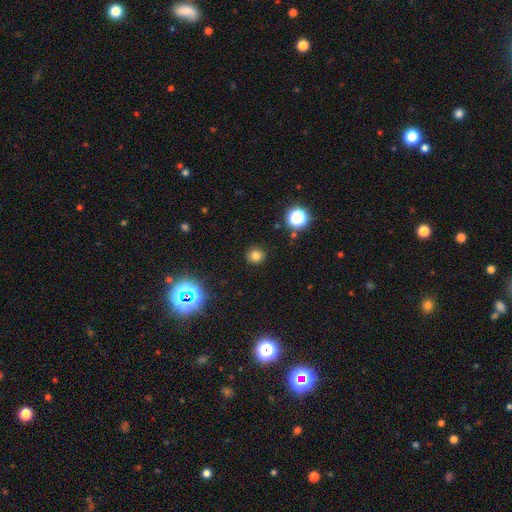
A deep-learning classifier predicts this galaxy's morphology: This appears to be a smooth galaxy with no disk features (76%) that is round (91%). Merging: none (90%).